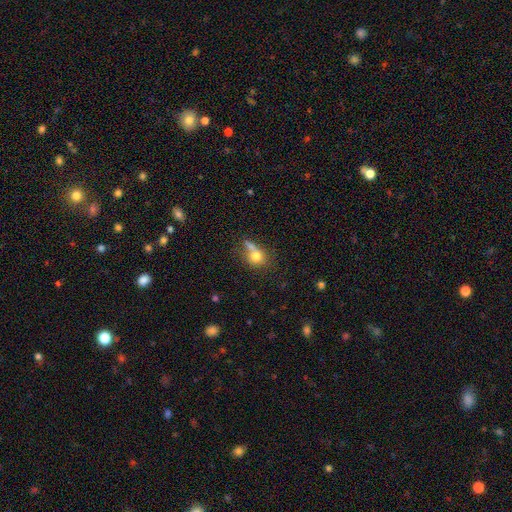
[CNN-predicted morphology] This appears to be a smooth galaxy with no disk features (73%) that is round (62%). Merging: none (40%).